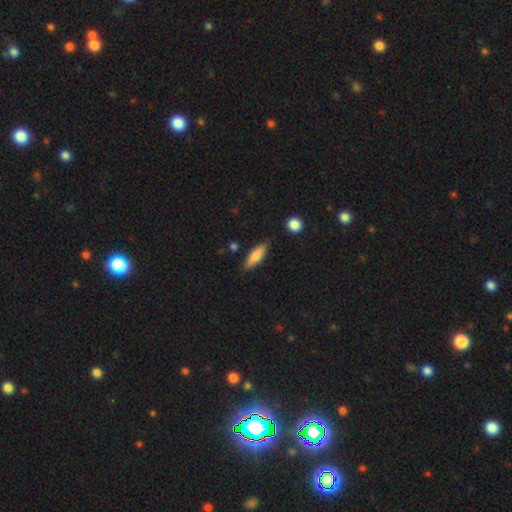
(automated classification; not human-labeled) Morphology: type=smooth (75%); roundness=in between (50%); merging=none (82%).